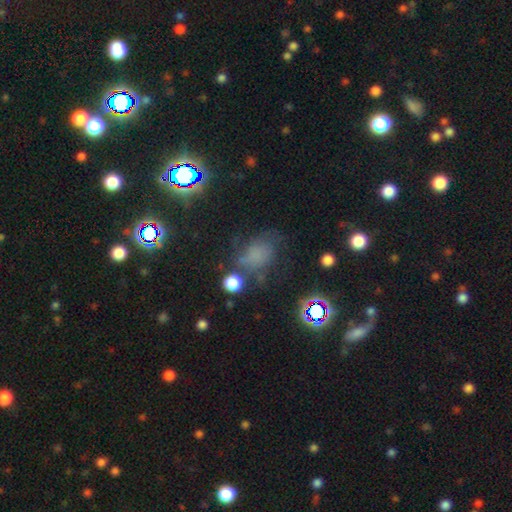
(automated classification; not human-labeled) Smooth or featured? Predicted: smooth (p=0.52). How rounded? Predicted: in between (p=0.63). Merging? Predicted: none (p=0.49).